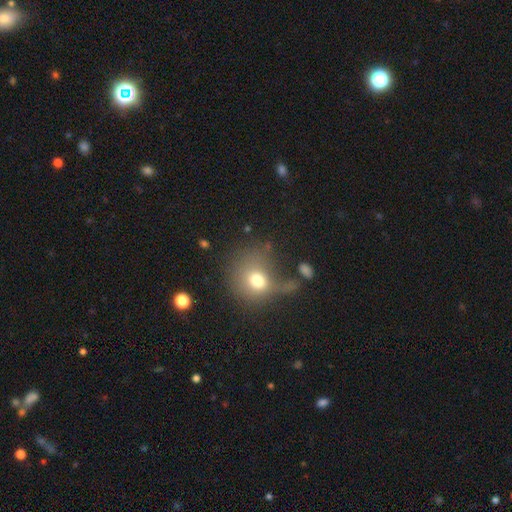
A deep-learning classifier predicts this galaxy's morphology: This appears to be a smooth galaxy with no disk features (66%) that is round (81%). Merging: none (50%).